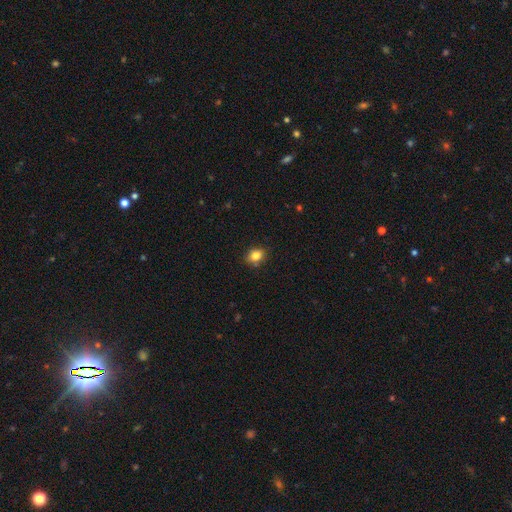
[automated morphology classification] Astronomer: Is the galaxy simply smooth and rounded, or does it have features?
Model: smooth — 83%.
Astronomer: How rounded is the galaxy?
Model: in between — 52% (runner-up: round, 47%).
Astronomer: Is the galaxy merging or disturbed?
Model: none — 84%.